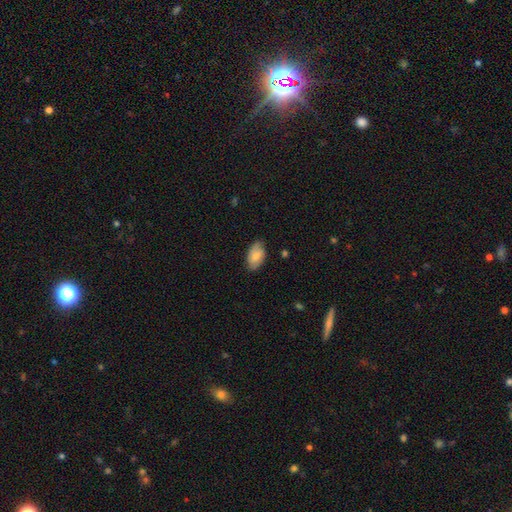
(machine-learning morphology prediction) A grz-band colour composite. It shows a smooth galaxy with no disk features (71%) that is in between round and cigar-shaped (93%). Merging: none (76%).